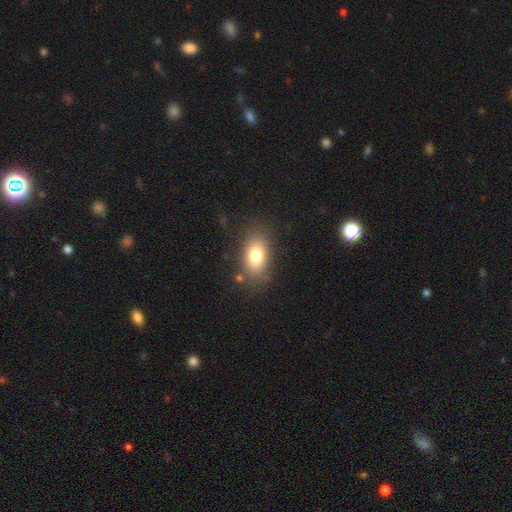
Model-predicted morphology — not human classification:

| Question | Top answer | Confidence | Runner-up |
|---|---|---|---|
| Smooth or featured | smooth | 79% | featured or disk (12%) |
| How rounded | in between | 88% | round (9%) |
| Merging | none | 80% | minor disturbance (13%) |